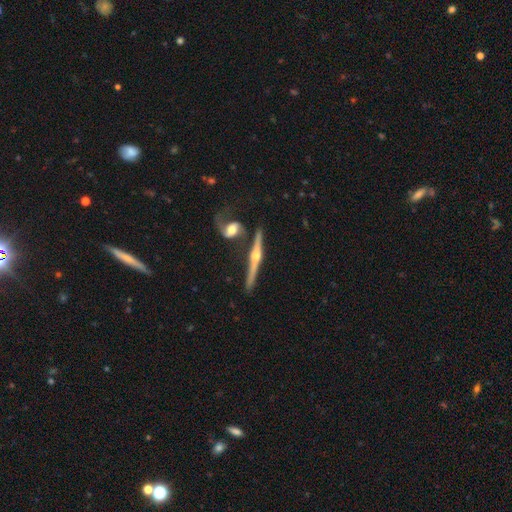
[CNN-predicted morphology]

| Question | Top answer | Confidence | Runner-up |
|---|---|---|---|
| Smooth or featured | featured or disk | 87% | smooth (8%) |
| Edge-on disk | yes | 97% | no (3%) |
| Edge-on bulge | rounded | 94% | none (3%) |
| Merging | none | 72% | merger (13%) |